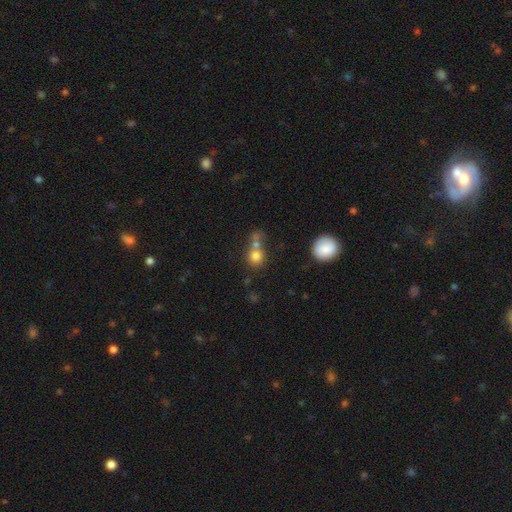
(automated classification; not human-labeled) Overall: smooth (77%). How rounded: round (84%). Merging: none (46%; merger 40%).